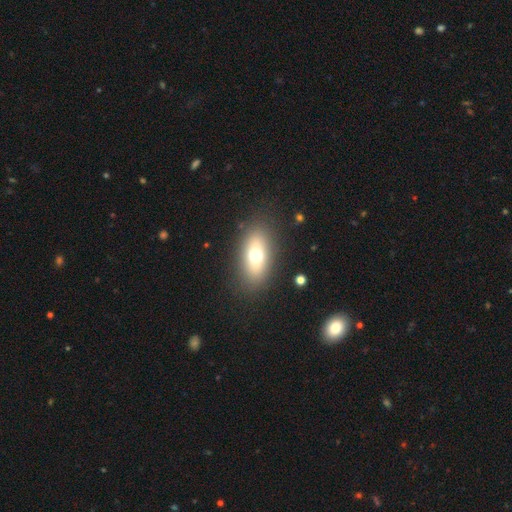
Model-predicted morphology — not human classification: smooth-or-featured: smooth: 66% | featured or disk: 23% | star or artifact: 11%
  how-rounded: in between: 81% | round: 10% | cigar-shaped: 8%
  merging: none: 85% | minor disturbance: 9% | major disturbance: 5% | merger: 1%